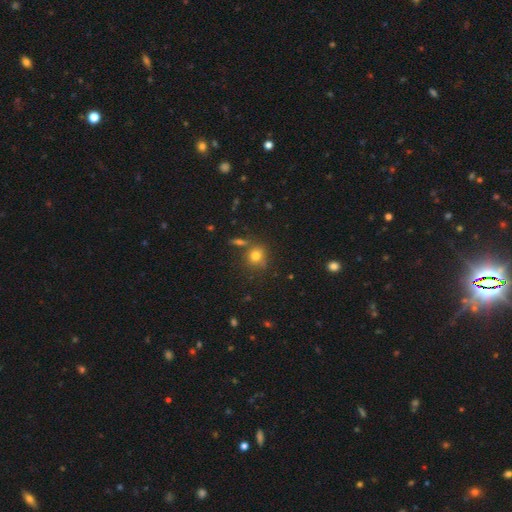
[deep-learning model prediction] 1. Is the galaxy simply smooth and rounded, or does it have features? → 75% smooth, 15% star or artifact, 10% featured or disk.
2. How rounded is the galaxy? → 82% round, 17% in between, 1% cigar-shaped.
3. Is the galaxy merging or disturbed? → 70% none, 13% minor disturbance, 12% merger, 4% major disturbance.